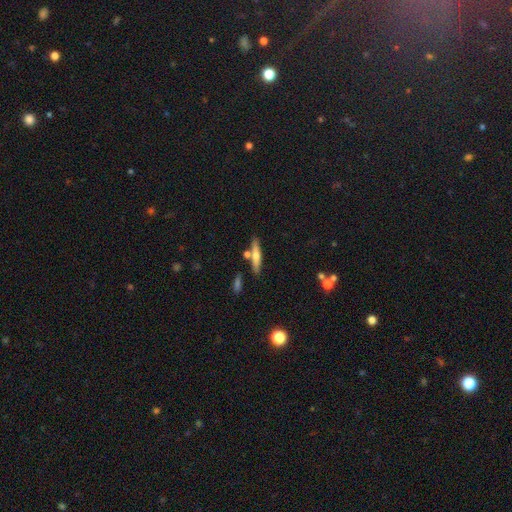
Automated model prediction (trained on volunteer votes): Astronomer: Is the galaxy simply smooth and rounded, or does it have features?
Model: smooth — 52% (runner-up: featured or disk, 41%).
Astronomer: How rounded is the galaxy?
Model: cigar-shaped — 83%.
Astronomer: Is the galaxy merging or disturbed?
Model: none — 74%.